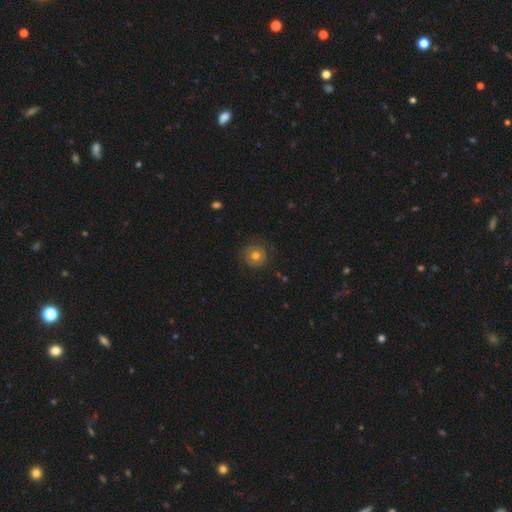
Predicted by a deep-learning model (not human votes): Smooth or featured? Predicted: smooth (p=0.65). How rounded? Predicted: round (p=0.93). Merging? Predicted: none (p=0.78).